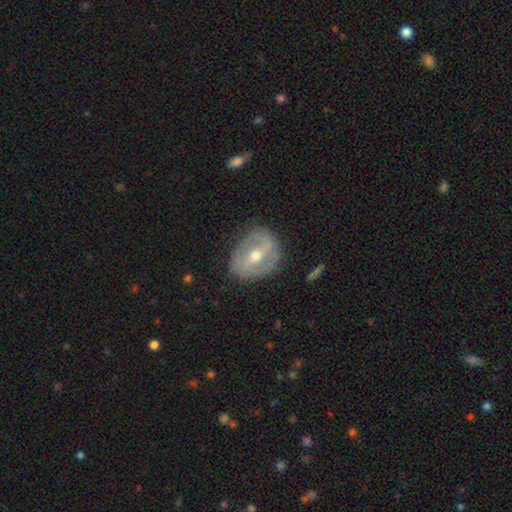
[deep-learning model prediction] smooth-or-featured: featured or disk: 71% | smooth: 23% | star or artifact: 6%
  disk-edge-on: no: 95% | yes: 5%
    bar: weak: 42% | strong: 37% | no: 21%
    has-spiral-arms: yes: 59% | no: 41%
    bulge-size: moderate: 70% | small: 25% | large: 3% | none: 1% | dominant: 1%
  merging: none: 79% | minor disturbance: 15% | major disturbance: 5% | merger: 1%